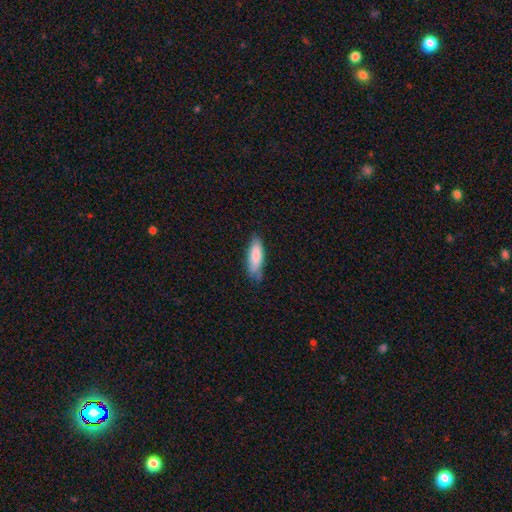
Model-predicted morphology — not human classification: Smooth or featured: smooth — 83% (featured or disk — 11%)
How rounded: in between — 61% (cigar-shaped — 37%)
Merging: none — 63% (minor disturbance — 30%)